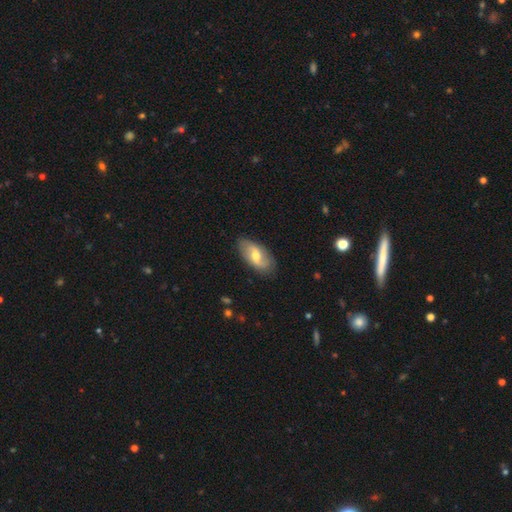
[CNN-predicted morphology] This appears to be a featured or disk galaxy (56%) with a weak bar (49%), spiral arms (76%) and a moderate central bulge (70%). Merging: none (83%).